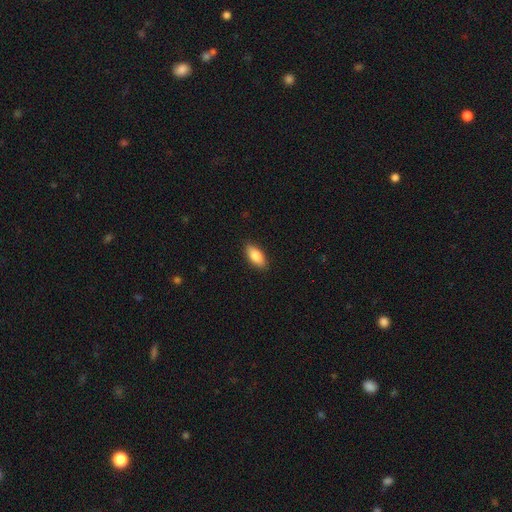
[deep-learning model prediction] Smooth or featured?
  - smooth: 84% *
  - featured or disk: 9%
  - star or artifact: 6%
How rounded?
  - in between: 85% *
  - cigar-shaped: 12%
  - round: 2%
Merging?
  - none: 89% *
  - minor disturbance: 8%
  - major disturbance: 2%
  - merger: 1%